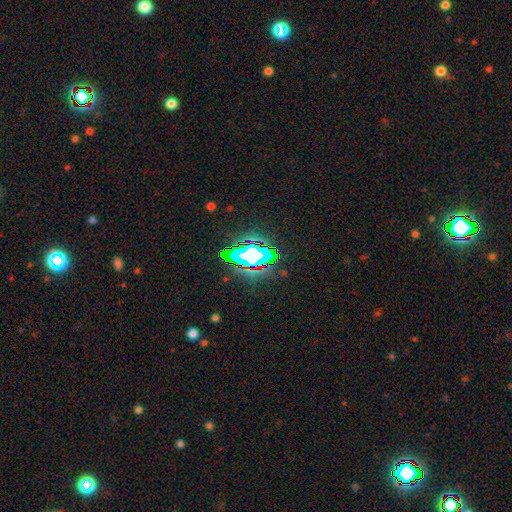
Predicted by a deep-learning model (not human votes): The model was most divided on "smooth or featured": star or artifact: 71%, smooth: 15%, featured or disk: 14%.